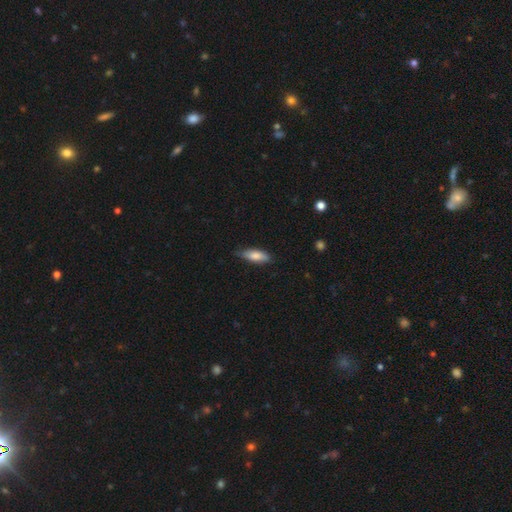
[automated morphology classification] Q: Smooth or featured?
A: smooth (80%); runner-up: featured or disk (15%)
Q: How rounded?
A: in between (63%); runner-up: cigar-shaped (34%)
Q: Merging?
A: none (72%); runner-up: minor disturbance (23%)